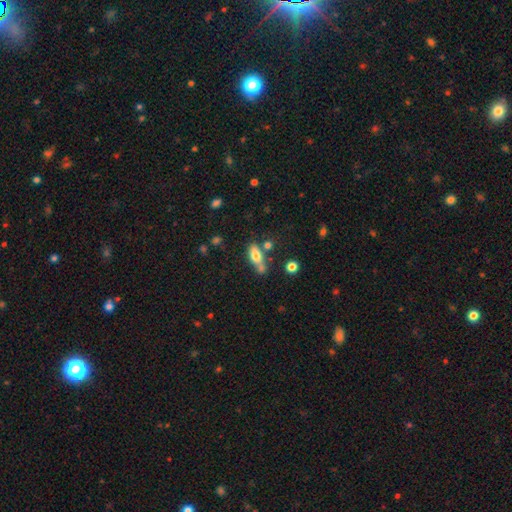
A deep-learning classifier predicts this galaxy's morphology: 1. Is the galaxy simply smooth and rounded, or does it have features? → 70% smooth, 21% featured or disk, 9% star or artifact.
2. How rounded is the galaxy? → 75% in between, 20% cigar-shaped, 6% round.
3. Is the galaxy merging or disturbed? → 50% none, 27% merger, 17% minor disturbance, 7% major disturbance.